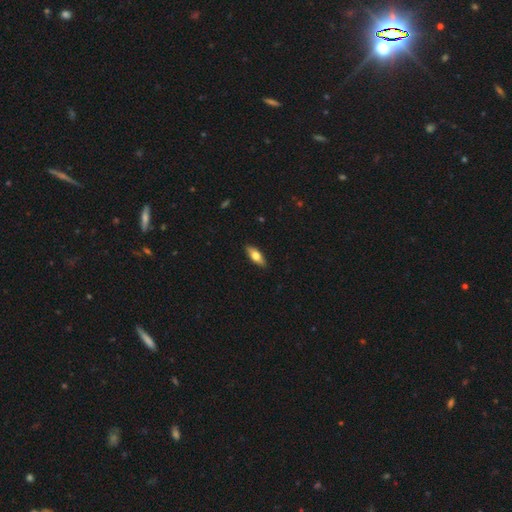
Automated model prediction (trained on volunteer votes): smooth-or-featured: smooth: 67% | featured or disk: 27% | star or artifact: 6%
  how-rounded: in between: 70% | cigar-shaped: 27% | round: 3%
  merging: none: 89% | minor disturbance: 9% | major disturbance: 2% | merger: 1%